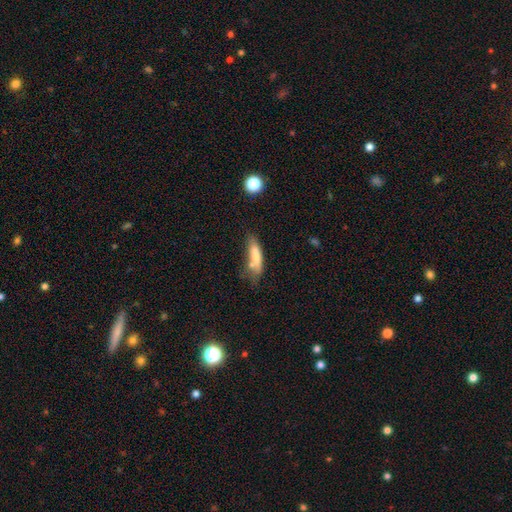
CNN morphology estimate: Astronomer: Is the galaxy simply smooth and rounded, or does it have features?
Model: smooth — 73%.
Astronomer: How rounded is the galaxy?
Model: cigar-shaped — 62%.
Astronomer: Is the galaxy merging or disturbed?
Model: none — 44% (runner-up: minor disturbance, 28%).